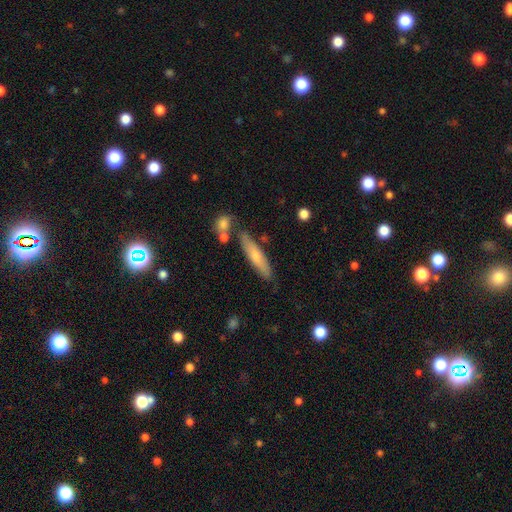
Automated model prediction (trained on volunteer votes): Morphology: type=smooth (63%); roundness=cigar-shaped (82%); merging=none (78%).